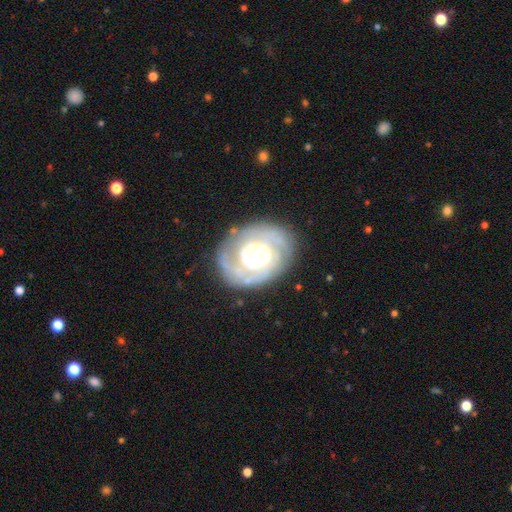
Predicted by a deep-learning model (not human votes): Q: Smooth or featured?
A: featured or disk (81%); runner-up: smooth (14%)
Q: Edge-on disk?
A: no (97%); runner-up: yes (3%)
Q: Bar?
A: no (76%); runner-up: weak (19%)
Q: Spiral arms?
A: yes (88%); runner-up: no (12%)
Q: Spiral winding?
A: tight (67%); runner-up: medium (25%)
Q: Spiral arm count?
A: 2 (40%); runner-up: can't tell (31%)
Q: Bulge size?
A: moderate (58%); runner-up: small (26%)
Q: Merging?
A: none (77%); runner-up: minor disturbance (15%)